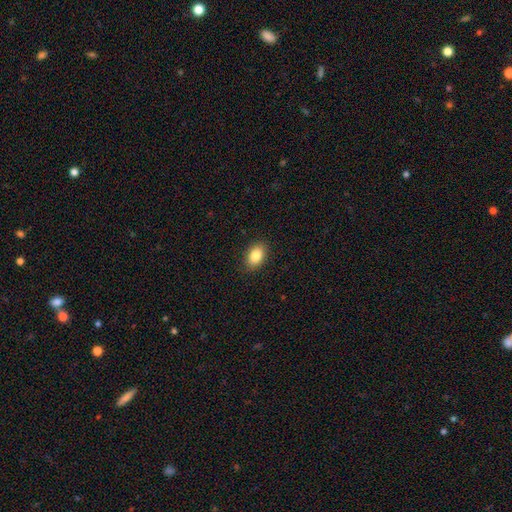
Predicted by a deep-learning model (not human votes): This is clearly a smooth galaxy (84%). How rounded: clearly in between (85%). Merging: clearly none (89%).